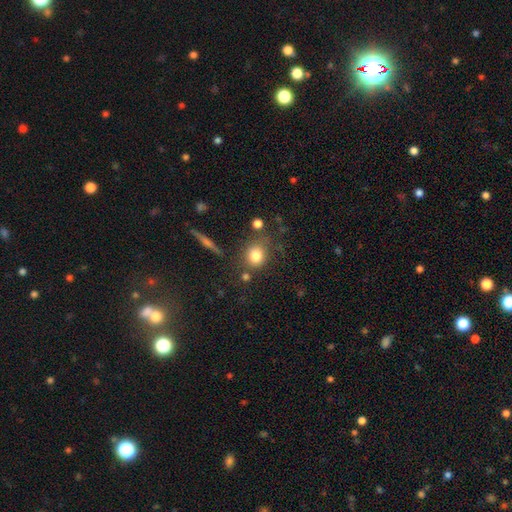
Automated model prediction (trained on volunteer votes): The model was most divided on "how rounded": round: 75%, in between: 23%, cigar-shaped: 2%. More confident: smooth or featured — smooth (79%); merging — none (71%).